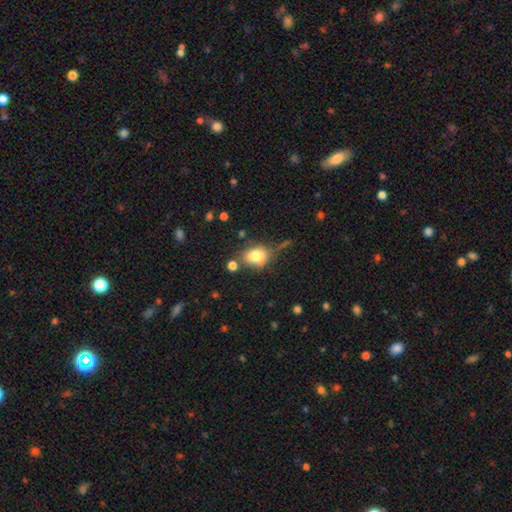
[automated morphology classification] The model was most divided on "how rounded": in between: 57%, round: 41%, cigar-shaped: 2%. More confident: smooth or featured — smooth (77%); merging — none (56%).